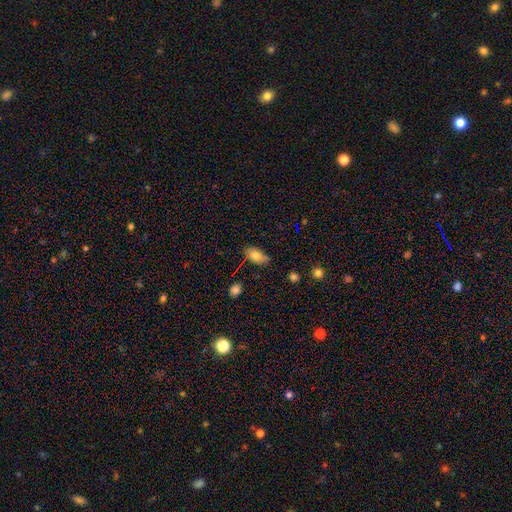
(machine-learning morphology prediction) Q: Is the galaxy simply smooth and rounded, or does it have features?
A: smooth — 75%.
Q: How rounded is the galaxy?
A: in between — 89%.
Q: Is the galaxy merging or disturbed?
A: none — 75%.